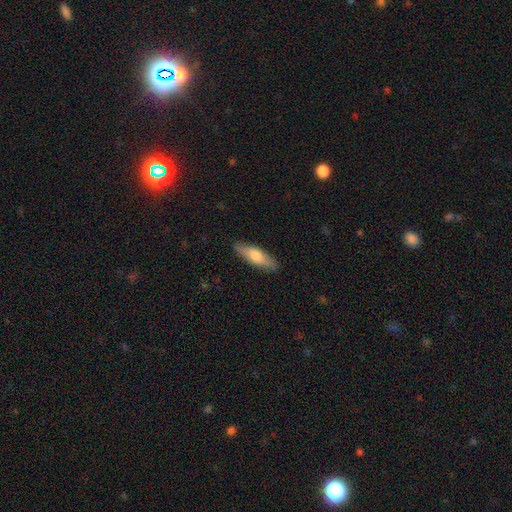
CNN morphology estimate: smooth_or_featured: smooth (p=0.68) [alt: featured or disk p=0.27]
how_rounded: cigar-shaped (p=0.50) [alt: in between p=0.48]
merging: none (p=0.88) [alt: minor disturbance p=0.10]